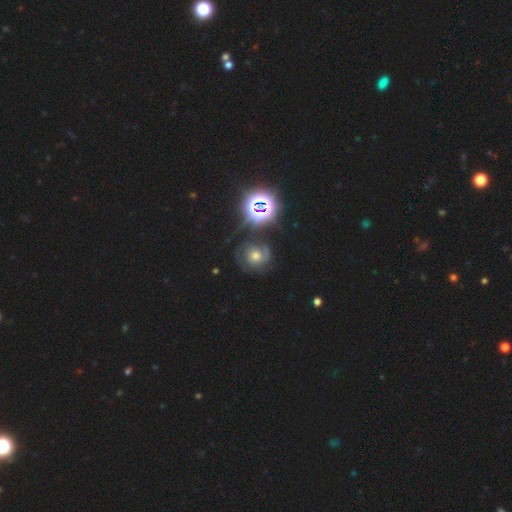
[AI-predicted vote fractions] This is possibly a featured or disk galaxy (53%). It is clearly not viewed edge-on (97%). Bar: likely no (77%). Spiral arm pattern: clearly yes (82%). Central bulge: possibly moderate (58%). Merging: likely none (67%).